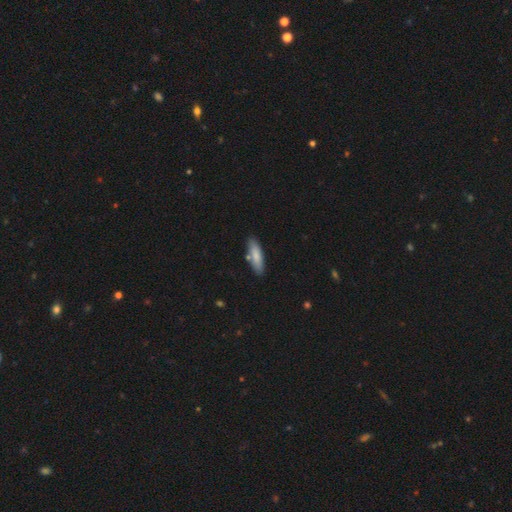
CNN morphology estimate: smooth-or-featured: smooth: 81% | featured or disk: 14% | star or artifact: 6%
  how-rounded: cigar-shaped: 61% | in between: 37% | round: 1%
  merging: none: 82% | minor disturbance: 12% | merger: 5% | major disturbance: 2%